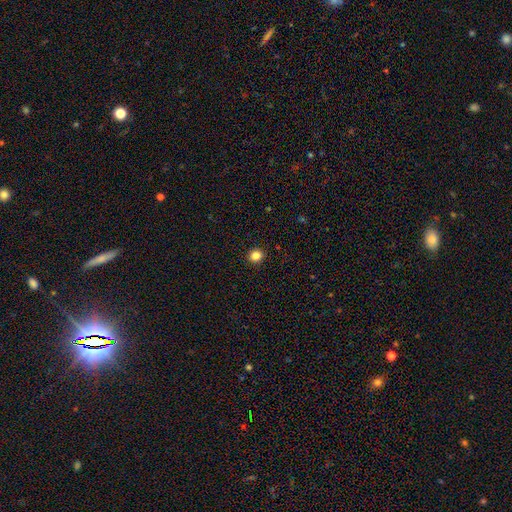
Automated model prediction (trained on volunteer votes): Smooth or featured: smooth — 84% (star or artifact — 12%)
How rounded: round — 85% (in between — 14%)
Merging: none — 93% (minor disturbance — 5%)